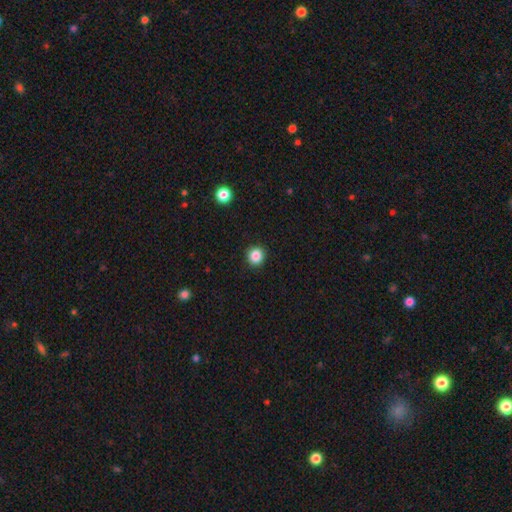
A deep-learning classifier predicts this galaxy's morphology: smooth-or-featured: smooth: 86% | star or artifact: 11% | featured or disk: 3%
  how-rounded: round: 90% | in between: 9% | cigar-shaped: 1%
  merging: none: 92% | minor disturbance: 5% | major disturbance: 2% | merger: 1%